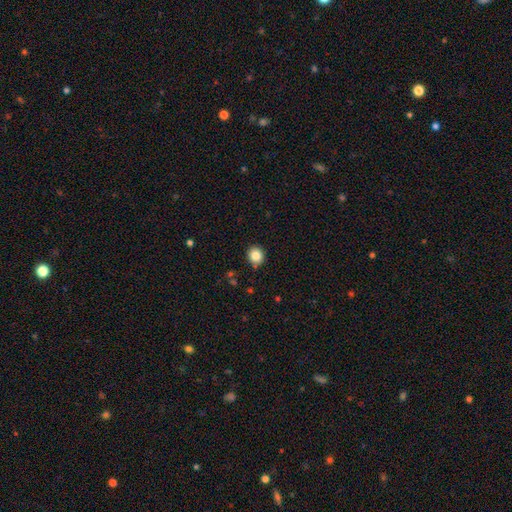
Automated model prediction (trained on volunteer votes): Smooth or featured? Predicted: smooth (p=0.85). How rounded? Predicted: round (p=0.84). Merging? Predicted: none (p=0.88).